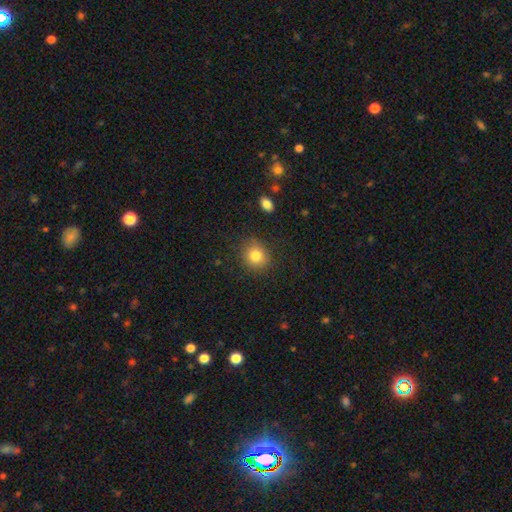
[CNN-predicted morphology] Smooth or featured?
  - smooth: 82% *
  - star or artifact: 11%
  - featured or disk: 8%
How rounded?
  - round: 77% *
  - in between: 22%
  - cigar-shaped: 1%
Merging?
  - none: 83% *
  - minor disturbance: 12%
  - major disturbance: 3%
  - merger: 1%